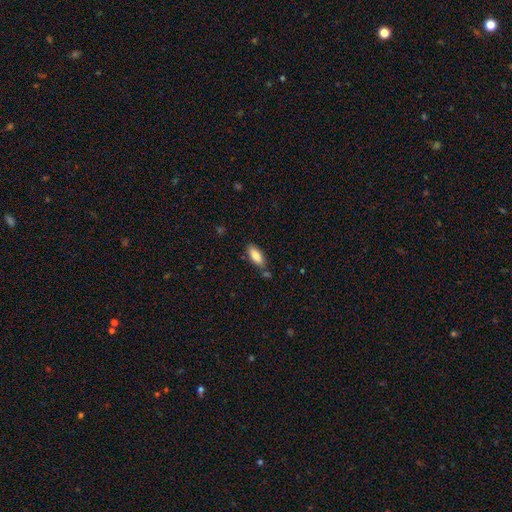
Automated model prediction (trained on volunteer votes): Smooth or featured?
  - smooth: 83% *
  - featured or disk: 10%
  - star or artifact: 7%
How rounded?
  - in between: 83% *
  - cigar-shaped: 15%
  - round: 2%
Merging?
  - none: 72% *
  - minor disturbance: 16%
  - merger: 8%
  - major disturbance: 4%